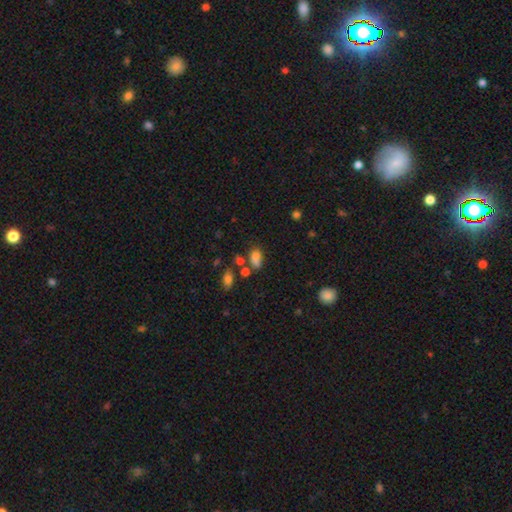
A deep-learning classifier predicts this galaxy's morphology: A smooth galaxy with no disk features (75%) that is in between round and cigar-shaped (80%).

Vote fractions:
- Smooth or featured? smooth: 75% / star or artifact: 14% / featured or disk: 11%
- How rounded? in between: 80% / round: 16% / cigar-shaped: 4%
- Merging? none: 43% / merger: 23% / minor disturbance: 21% / major disturbance: 12%